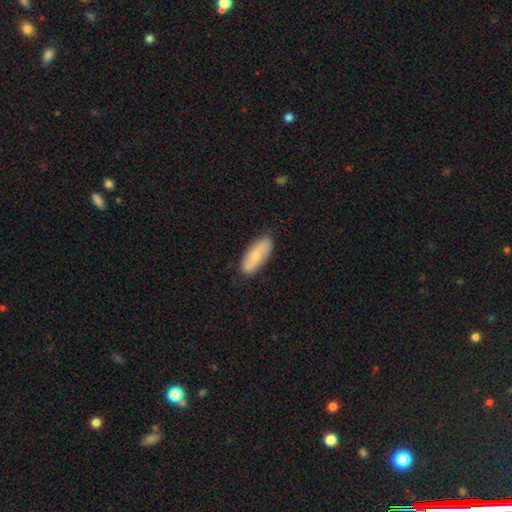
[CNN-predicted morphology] type=smooth (63%); roundness=in between (77%); merging=none (83%).